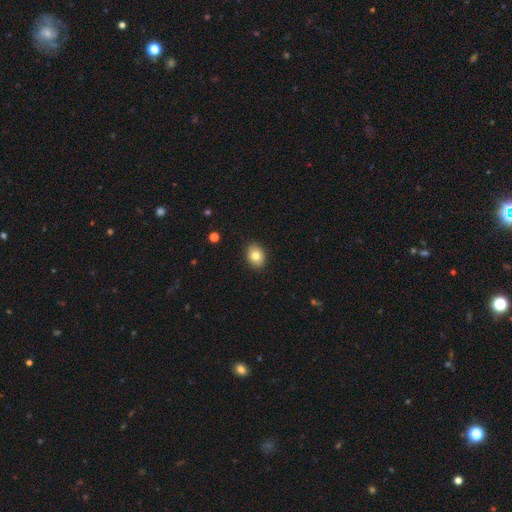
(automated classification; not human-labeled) smooth-or-featured: smooth: 81% | featured or disk: 10% | star or artifact: 9%
  how-rounded: in between: 69% | round: 30% | cigar-shaped: 1%
  merging: none: 89% | minor disturbance: 8% | major disturbance: 2% | merger: 1%